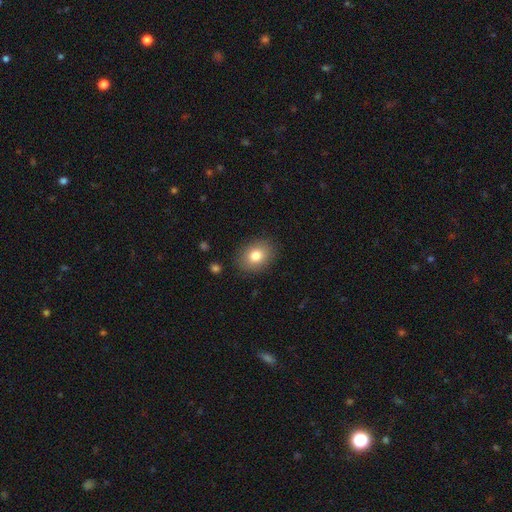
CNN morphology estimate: Smooth or featured: smooth — 81% (featured or disk — 10%)
How rounded: in between — 65% (round — 34%)
Merging: none — 87% (minor disturbance — 9%)